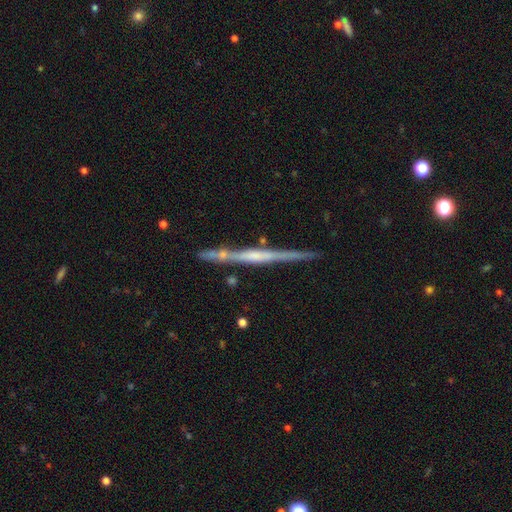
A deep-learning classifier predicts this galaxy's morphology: A featured or disk galaxy (74%) viewed edge-on (97%) with no central bulge (52%).

Vote fractions:
- Smooth or featured? featured or disk: 74% / smooth: 20% / star or artifact: 6%
- Edge-on disk? yes: 97% / no: 3%
- Edge-on bulge? none: 52% / rounded: 31% / boxy: 18%
- Merging? none: 81% / minor disturbance: 11% / merger: 5% / major disturbance: 2%